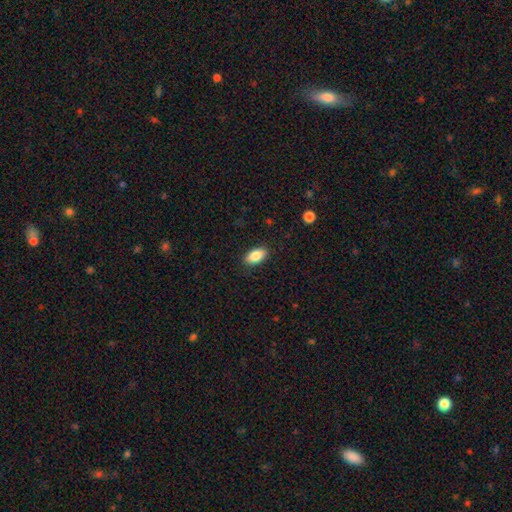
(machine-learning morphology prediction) smooth-or-featured: smooth: 86% | star or artifact: 7% | featured or disk: 7%
  how-rounded: in between: 93% | cigar-shaped: 4% | round: 4%
  merging: none: 89% | minor disturbance: 8% | major disturbance: 2% | merger: 1%